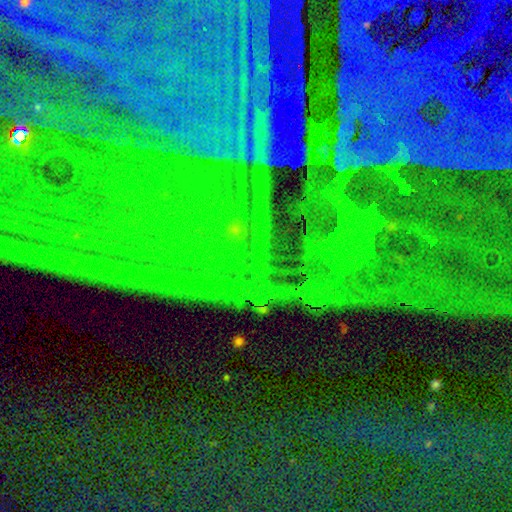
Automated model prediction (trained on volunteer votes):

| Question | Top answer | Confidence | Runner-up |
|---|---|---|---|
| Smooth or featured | star or artifact | 88% | featured or disk (7%) |